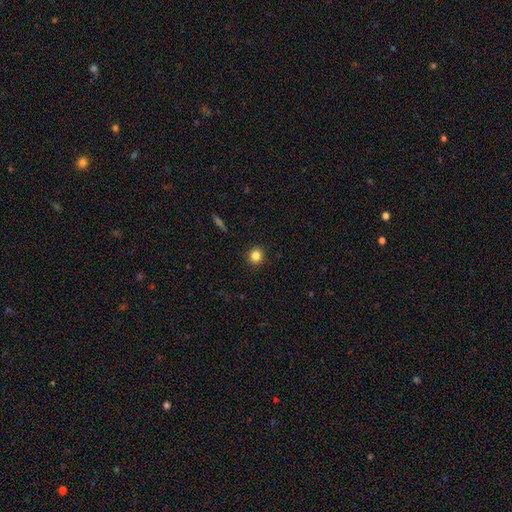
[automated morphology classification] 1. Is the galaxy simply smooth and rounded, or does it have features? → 82% smooth, 12% star or artifact, 6% featured or disk.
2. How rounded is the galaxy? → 90% round, 9% in between, 1% cigar-shaped.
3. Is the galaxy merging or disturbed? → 91% none, 6% minor disturbance, 2% major disturbance, 1% merger.